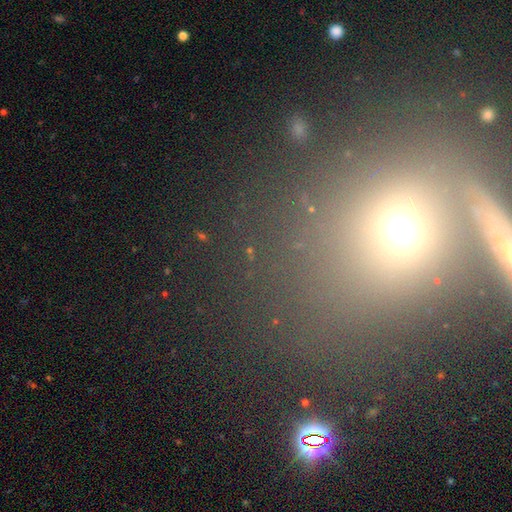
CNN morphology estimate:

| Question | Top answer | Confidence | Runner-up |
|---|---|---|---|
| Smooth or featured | smooth | 49% | star or artifact (33%) |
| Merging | none | 60% | merger (21%) |